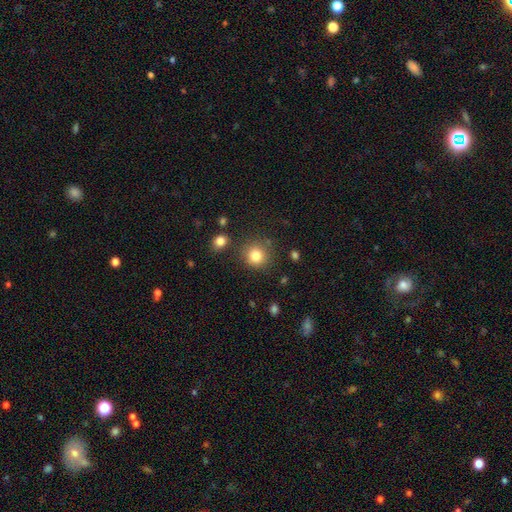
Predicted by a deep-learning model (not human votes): Smooth or featured: smooth — 82% (star or artifact — 12%)
How rounded: round — 90% (in between — 9%)
Merging: none — 82% (minor disturbance — 10%)